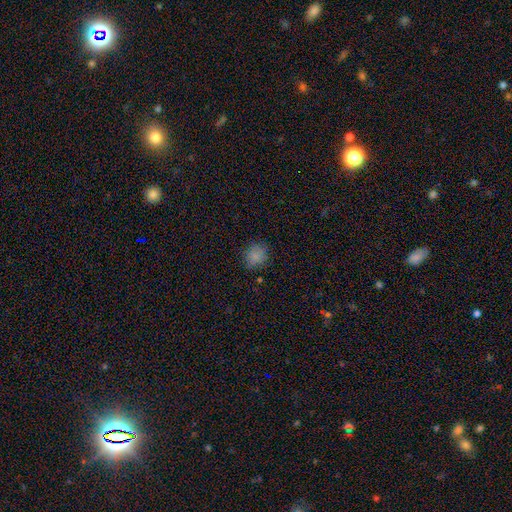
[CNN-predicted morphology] This is clearly a smooth galaxy (81%). How rounded: likely round (76%). Merging: likely none (80%).